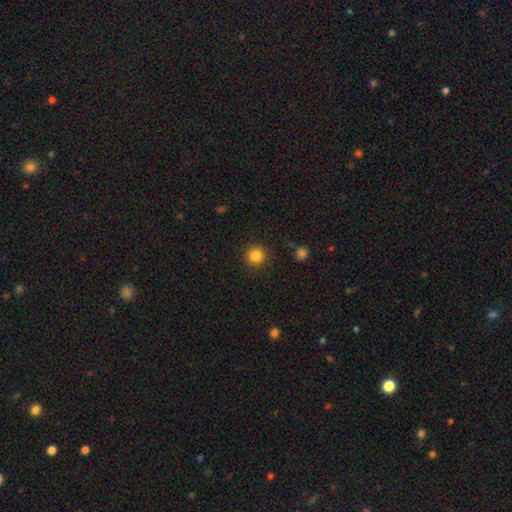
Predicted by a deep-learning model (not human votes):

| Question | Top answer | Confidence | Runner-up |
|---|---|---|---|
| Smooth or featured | smooth | 85% | star or artifact (11%) |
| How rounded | round | 94% | in between (5%) |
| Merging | none | 90% | minor disturbance (6%) |